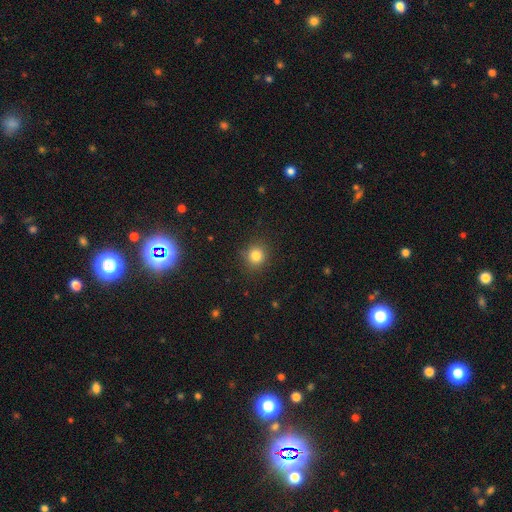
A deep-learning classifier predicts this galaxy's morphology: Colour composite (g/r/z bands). It shows a smooth galaxy with no disk features (82%) that is round (88%). Merging: none (88%).